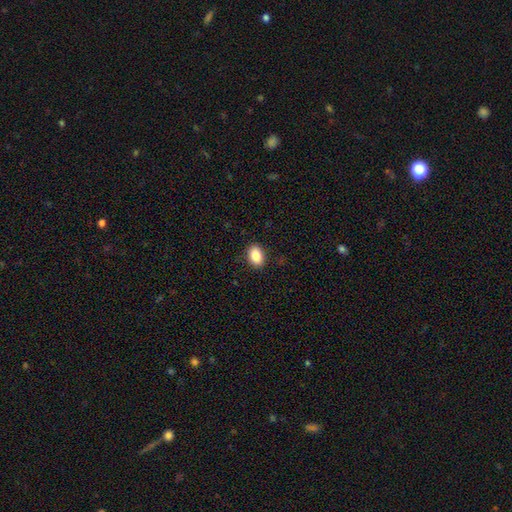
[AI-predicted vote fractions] Smooth or featured? Predicted: smooth (p=0.87). How rounded? Predicted: in between (p=0.84). Merging? Predicted: none (p=0.88).